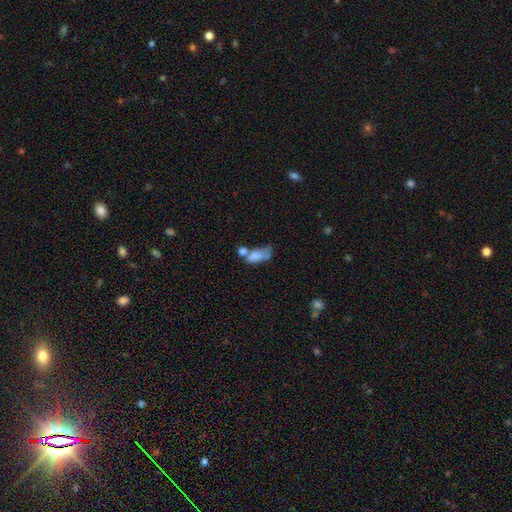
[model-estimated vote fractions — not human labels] Overall: smooth (67%). How rounded: in between (86%). Merging: merger (51%; major disturbance 19%).